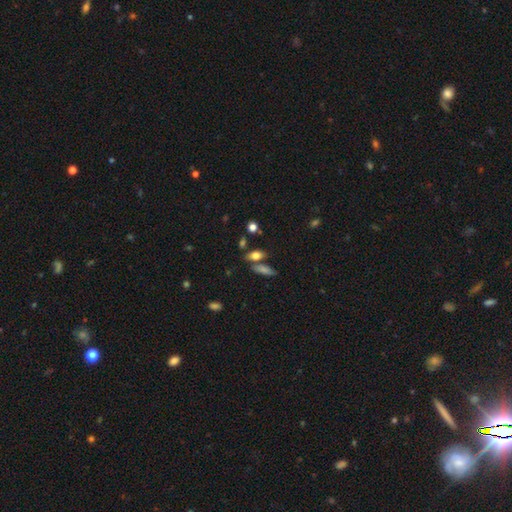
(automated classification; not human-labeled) This appears to be a smooth galaxy with no disk features (72%) that is in between round and cigar-shaped (72%). Merging: none (62%).